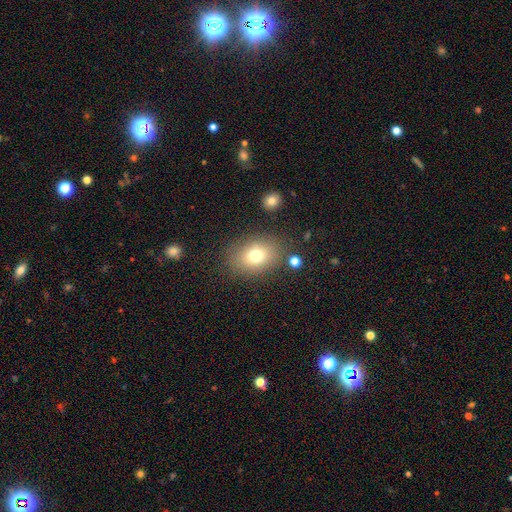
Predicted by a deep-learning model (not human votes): Smooth or featured? Predicted: smooth (p=0.74). How rounded? Predicted: in between (p=0.70). Merging? Predicted: none (p=0.80).